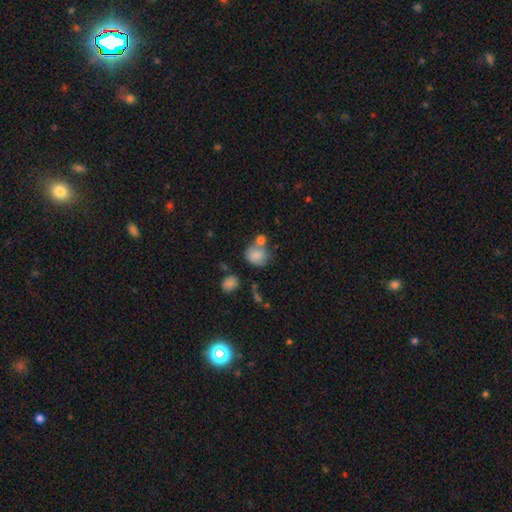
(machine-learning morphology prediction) smooth-or-featured: smooth: 81% | featured or disk: 10% | star or artifact: 9%
  how-rounded: round: 64% | in between: 35% | cigar-shaped: 1%
  merging: none: 39% | merger: 38% | minor disturbance: 16% | major disturbance: 7%